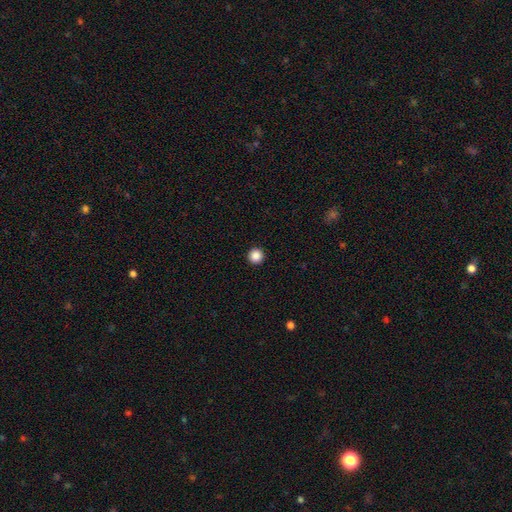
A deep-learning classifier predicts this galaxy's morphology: This appears to be a smooth galaxy with no disk features (87%) that is round (96%). Merging: none (94%).